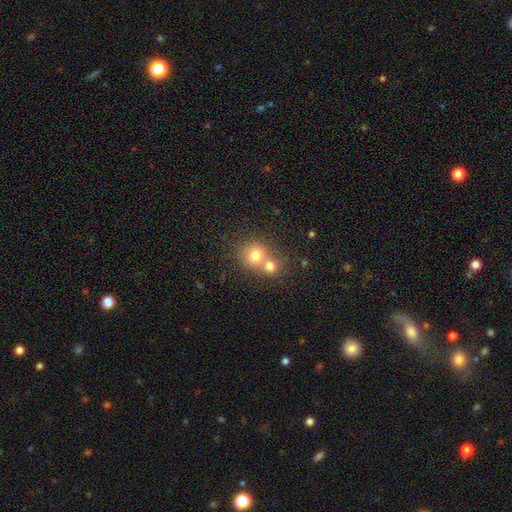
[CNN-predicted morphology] type=smooth (74%); roundness=round (83%); merging=merger (56%).